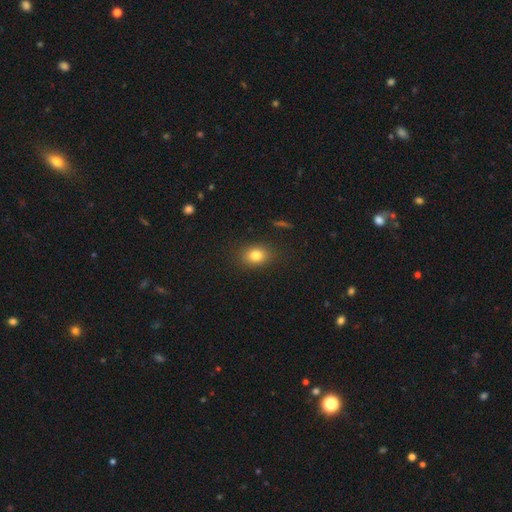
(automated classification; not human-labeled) This is clearly a smooth galaxy (81%). How rounded: likely in between (60%). Merging: clearly none (85%).